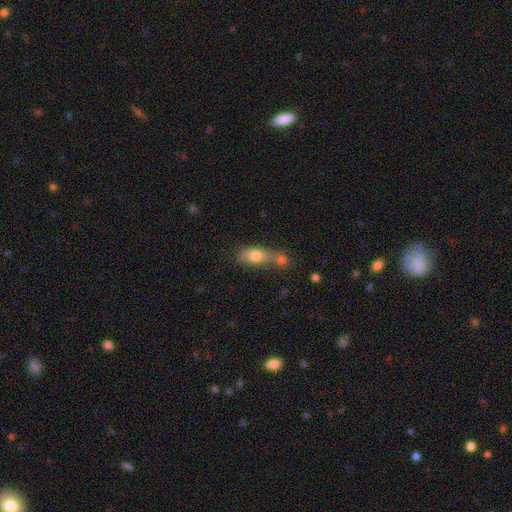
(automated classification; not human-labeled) The model was most divided on "merging": merger: 58%, none: 20%, minor disturbance: 12%, major disturbance: 10%. More confident: smooth or featured — smooth (74%); how rounded — in between (71%).